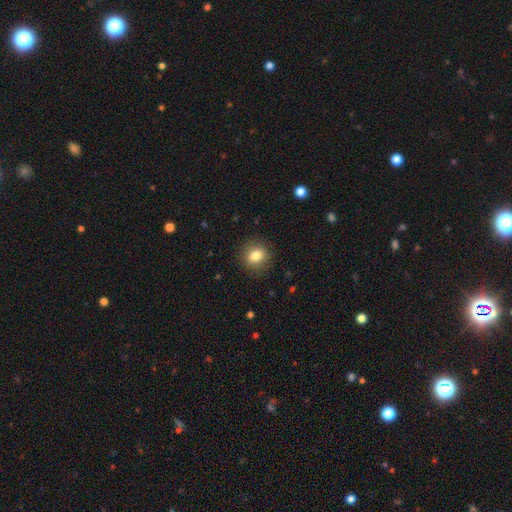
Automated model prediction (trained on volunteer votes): Smooth or featured? Predicted: smooth (p=0.82). How rounded? Predicted: round (p=0.79). Merging? Predicted: none (p=0.88).